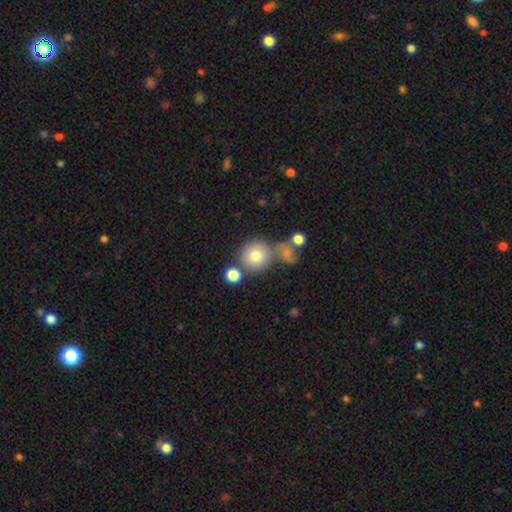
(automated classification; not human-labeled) Smooth or featured?
  - smooth: 77% *
  - featured or disk: 12%
  - star or artifact: 11%
How rounded?
  - round: 90% *
  - in between: 9%
  - cigar-shaped: 1%
Merging?
  - none: 60% *
  - merger: 23%
  - minor disturbance: 12%
  - major disturbance: 5%